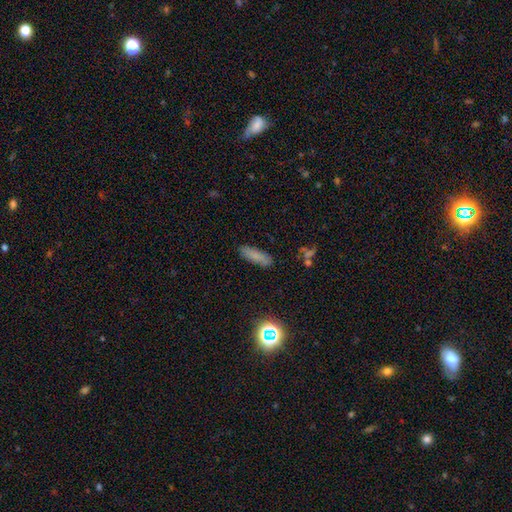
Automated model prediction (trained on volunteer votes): Smooth or featured? smooth (76%)
How rounded? cigar-shaped (56%)
Merging? none (84%)